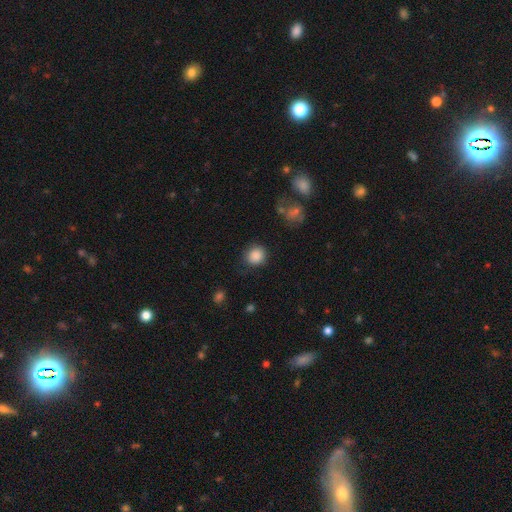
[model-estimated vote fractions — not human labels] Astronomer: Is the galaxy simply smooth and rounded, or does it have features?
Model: smooth — 87%.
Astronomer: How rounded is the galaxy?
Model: round — 87%.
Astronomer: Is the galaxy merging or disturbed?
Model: none — 81%.